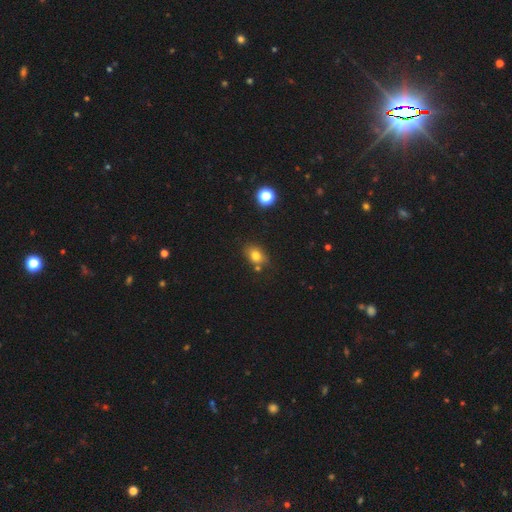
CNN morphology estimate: Q: Smooth or featured?
A: smooth (78%); runner-up: star or artifact (13%)
Q: How rounded?
A: in between (69%); runner-up: round (29%)
Q: Merging?
A: none (73%); runner-up: minor disturbance (15%)